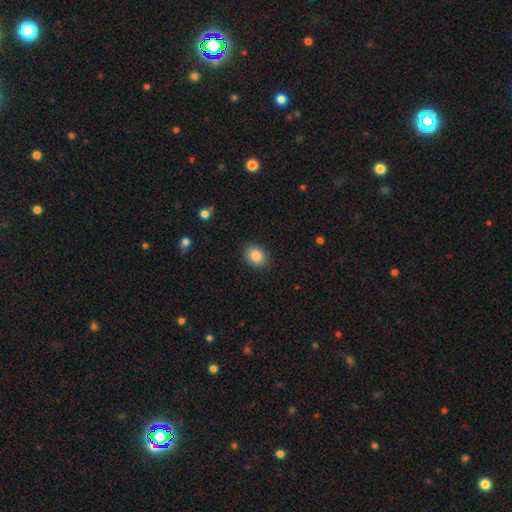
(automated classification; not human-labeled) smooth 86%, star or artifact 8%, featured or disk 6%. Down the decision tree: how rounded — in between (61%); merging — none (88%).